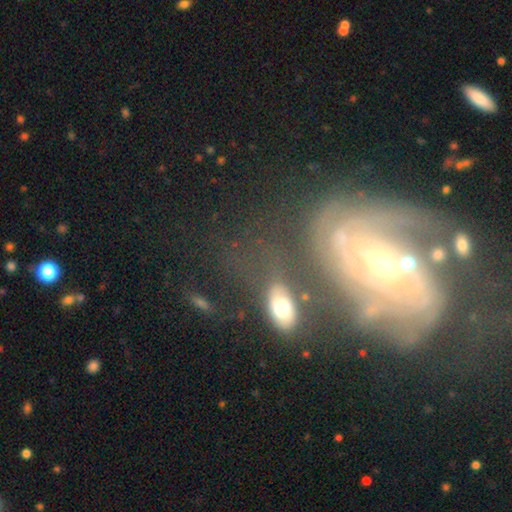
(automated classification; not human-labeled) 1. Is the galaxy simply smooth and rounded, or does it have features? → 73% featured or disk, 15% smooth, 12% star or artifact.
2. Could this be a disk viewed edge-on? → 94% no, 6% yes.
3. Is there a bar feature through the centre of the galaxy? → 53% no, 33% weak, 14% strong.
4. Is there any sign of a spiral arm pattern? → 84% yes, 16% no.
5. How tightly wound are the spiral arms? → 50% tight, 34% medium, 16% loose.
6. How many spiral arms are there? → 34% can't tell, 33% 2, 13% 3, 7% 4, 7% 1, 6% more than 4.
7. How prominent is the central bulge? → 53% small, 38% moderate, 4% large, 3% none, 2% dominant.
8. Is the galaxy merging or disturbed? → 41% none, 21% merger, 20% major disturbance, 18% minor disturbance.